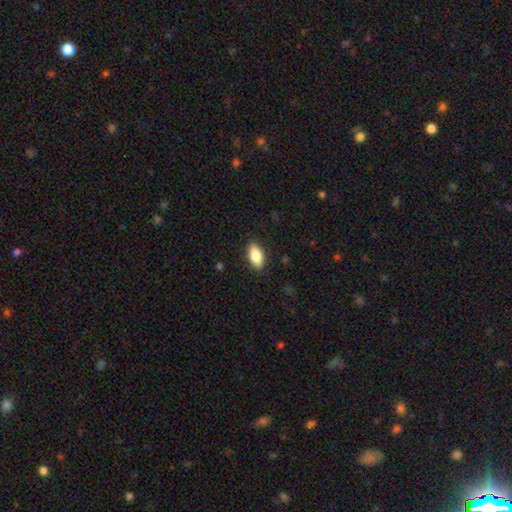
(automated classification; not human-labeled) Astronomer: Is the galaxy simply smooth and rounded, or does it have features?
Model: smooth — 86%.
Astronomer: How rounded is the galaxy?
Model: in between — 92%.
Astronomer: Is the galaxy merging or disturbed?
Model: none — 87%.